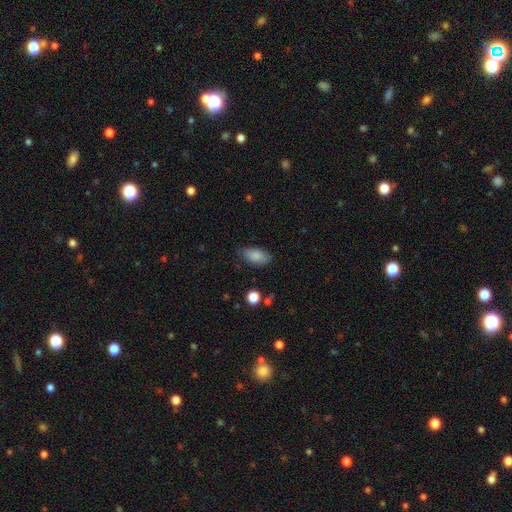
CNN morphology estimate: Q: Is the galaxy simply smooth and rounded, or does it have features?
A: smooth — 85%.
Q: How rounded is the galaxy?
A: in between — 91%.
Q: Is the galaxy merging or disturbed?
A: none — 76%.